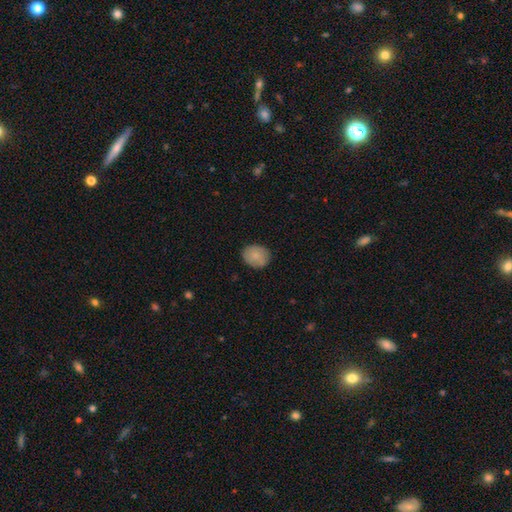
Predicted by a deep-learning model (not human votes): Smooth or featured? Predicted: smooth (p=0.83). How rounded? Predicted: round (p=0.56). Merging? Predicted: none (p=0.83).